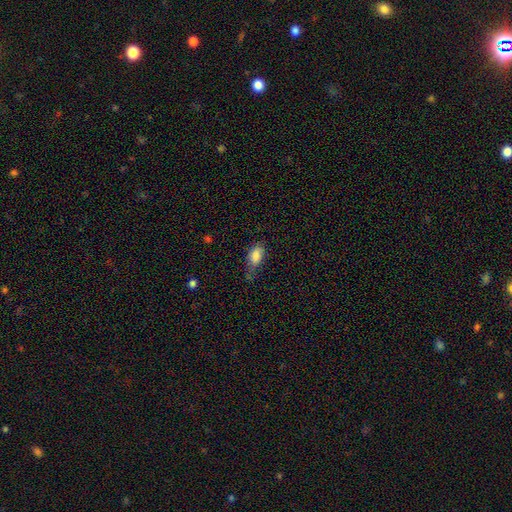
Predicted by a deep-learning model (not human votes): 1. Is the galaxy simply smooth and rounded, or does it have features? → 84% smooth, 9% featured or disk, 8% star or artifact.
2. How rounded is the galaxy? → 90% in between, 6% cigar-shaped, 4% round.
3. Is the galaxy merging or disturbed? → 40% none, 39% minor disturbance, 18% major disturbance, 3% merger.